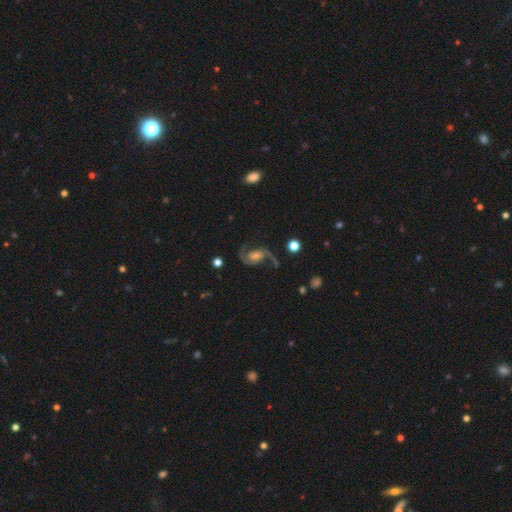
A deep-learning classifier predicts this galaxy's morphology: Smooth or featured?
  - featured or disk: 90% *
  - star or artifact: 6%
  - smooth: 4%
Edge-on disk?
  - no: 98% *
  - yes: 2%
Bar?
  - no: 50% *
  - weak: 37%
  - strong: 12%
Spiral arms?
  - yes: 98% *
  - no: 2%
Spiral winding?
  - loose: 48% *
  - medium: 44%
  - tight: 9%
Spiral arm count?
  - 2: 94% *
  - 1: 2%
  - can't tell: 2%
  - 3: 1%
  - 4: 1%
  - more than 4: 1%
Bulge size?
  - moderate: 50% *
  - small: 32%
  - large: 10%
  - none: 6%
  - dominant: 2%
Merging?
  - none: 74% *
  - minor disturbance: 14%
  - major disturbance: 9%
  - merger: 2%